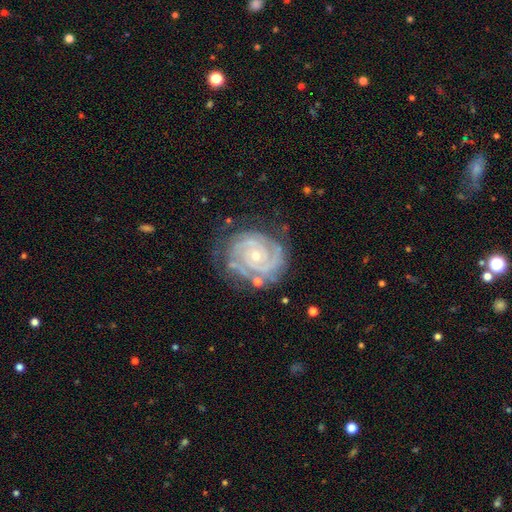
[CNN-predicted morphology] type=featured or disk (90%); edge-on=no (98%); bar=no (72%); spiral arms=yes (98%); winding=tight (80%); arm count=2 (56%); bulge=small (72%); merging=none (74%).